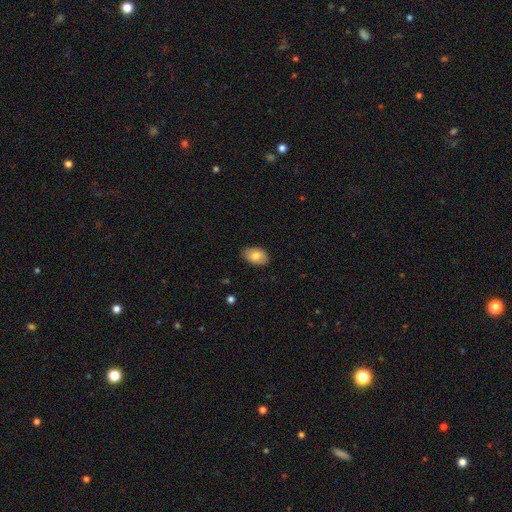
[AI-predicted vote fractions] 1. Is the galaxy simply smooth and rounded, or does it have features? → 79% smooth, 14% featured or disk, 7% star or artifact.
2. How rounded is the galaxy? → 90% in between, 9% round, 1% cigar-shaped.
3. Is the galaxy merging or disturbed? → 86% none, 11% minor disturbance, 2% major disturbance, 1% merger.